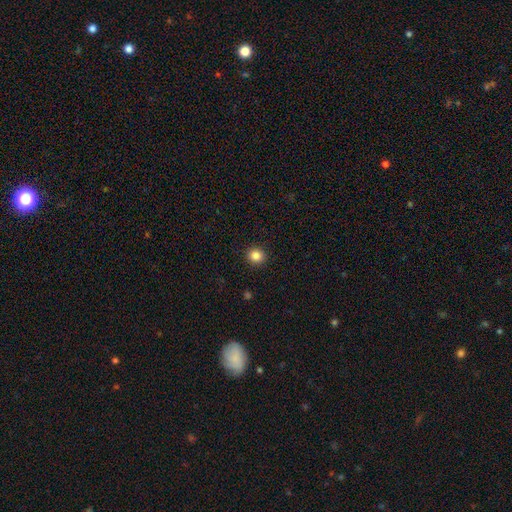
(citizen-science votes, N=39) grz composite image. It shows a smooth galaxy with no disk features (85%) that is round (97%). Merging: none (94%).